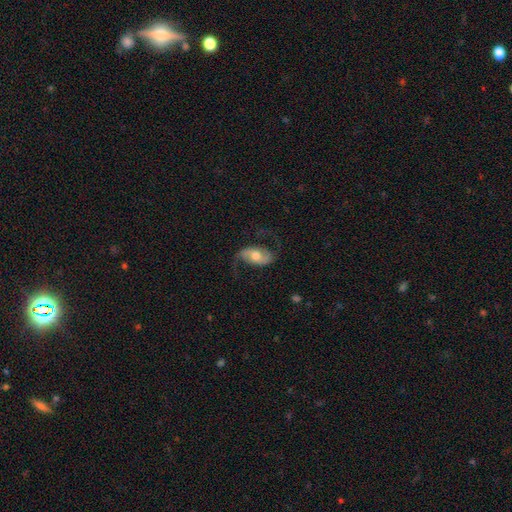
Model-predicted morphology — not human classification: Smooth or featured?
  - featured or disk: 74% *
  - smooth: 20%
  - star or artifact: 6%
Edge-on disk?
  - no: 95% *
  - yes: 5%
Bar?
  - no: 45% *
  - weak: 36%
  - strong: 19%
Spiral arms?
  - yes: 92% *
  - no: 8%
Spiral winding?
  - loose: 68% *
  - medium: 25%
  - tight: 6%
Spiral arm count?
  - 2: 91% *
  - can't tell: 3%
  - 1: 3%
  - 3: 1%
  - 4: 1%
  - more than 4: 1%
Bulge size?
  - moderate: 69% *
  - small: 16%
  - large: 11%
  - dominant: 2%
  - none: 2%
Merging?
  - none: 68% *
  - minor disturbance: 16%
  - major disturbance: 15%
  - merger: 1%